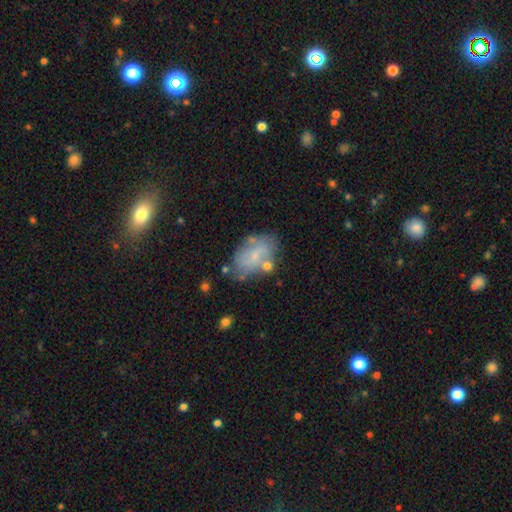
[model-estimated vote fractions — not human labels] Smooth or featured: smooth — 49% (featured or disk — 43%)
Merging: none — 54% (minor disturbance — 24%)